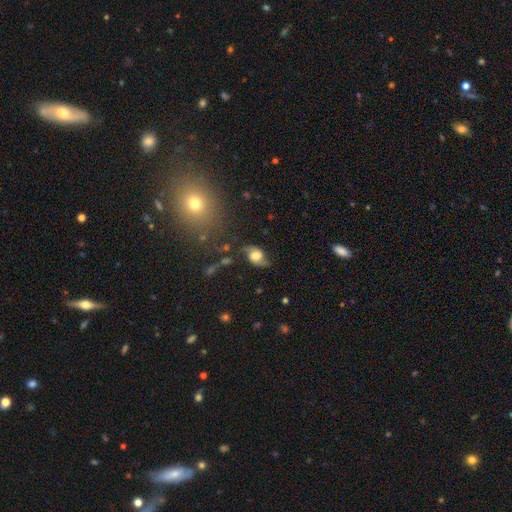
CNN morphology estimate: smooth_or_featured: featured or disk (p=0.57) [alt: smooth p=0.33]
disk_edge_on: no (p=0.94) [alt: yes p=0.06]
bar: no (p=0.64) [alt: weak p=0.30]
has_spiral_arms: yes (p=0.87) [alt: no p=0.13]
bulge_size: large (p=0.46) [alt: moderate p=0.33]
merging: none (p=0.64) [alt: minor disturbance p=0.23]